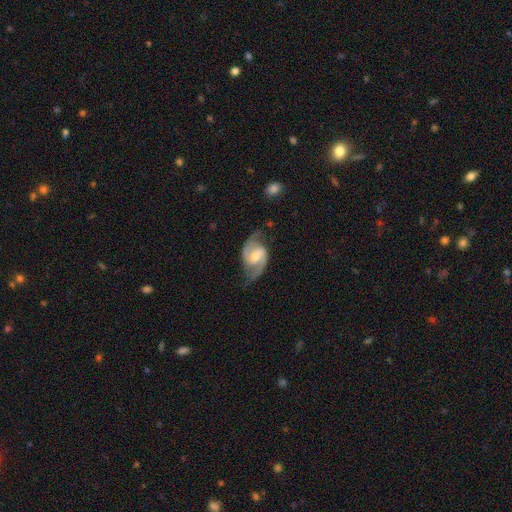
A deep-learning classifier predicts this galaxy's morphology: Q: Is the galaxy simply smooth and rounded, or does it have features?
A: featured or disk — 89%.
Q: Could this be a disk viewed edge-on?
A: no — 98%.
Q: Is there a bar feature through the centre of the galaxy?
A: weak — 54%.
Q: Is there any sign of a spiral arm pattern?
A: yes — 97%.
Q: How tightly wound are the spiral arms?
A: medium — 57%.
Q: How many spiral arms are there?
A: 2 — 93%.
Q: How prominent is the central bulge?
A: moderate — 59%.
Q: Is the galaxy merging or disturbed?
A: none — 75%.